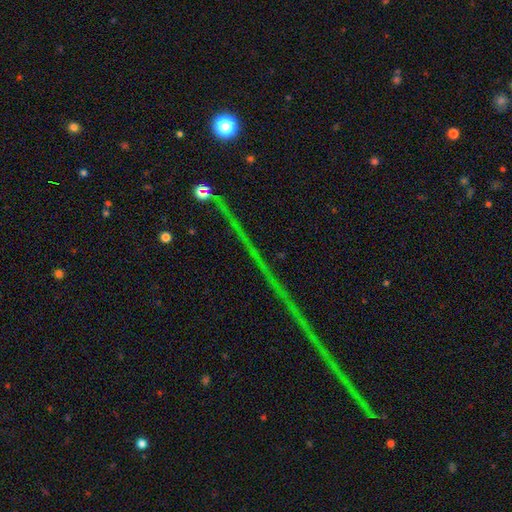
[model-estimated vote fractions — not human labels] smooth_or_featured: star or artifact (p=0.81) [alt: featured or disk p=0.12]